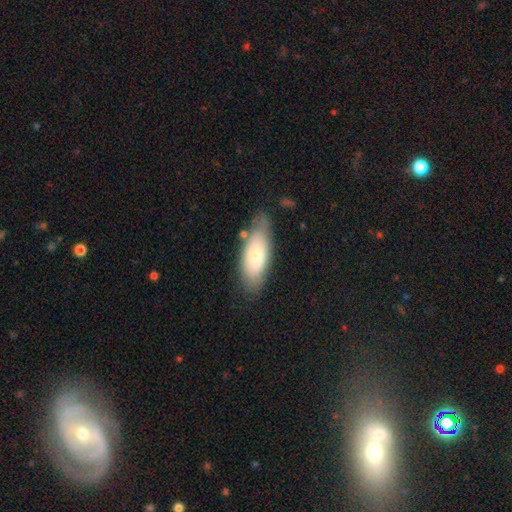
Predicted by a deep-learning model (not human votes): smooth-or-featured: smooth: 66% | featured or disk: 28% | star or artifact: 6%
  how-rounded: in between: 77% | cigar-shaped: 21% | round: 2%
  merging: none: 70% | minor disturbance: 21% | major disturbance: 5% | merger: 4%